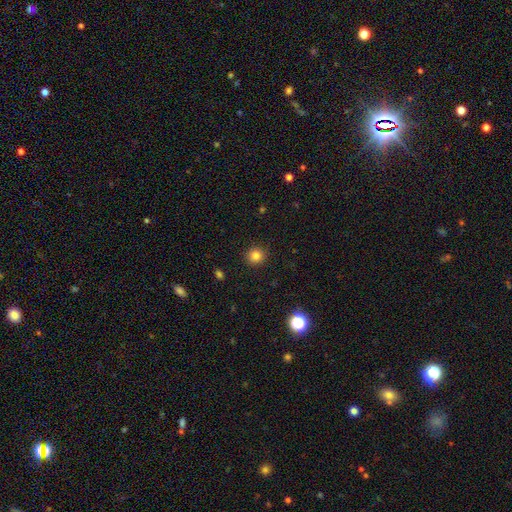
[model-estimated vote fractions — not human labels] A smooth galaxy with no disk features (83%) that is round (92%). Merging: none (92%).